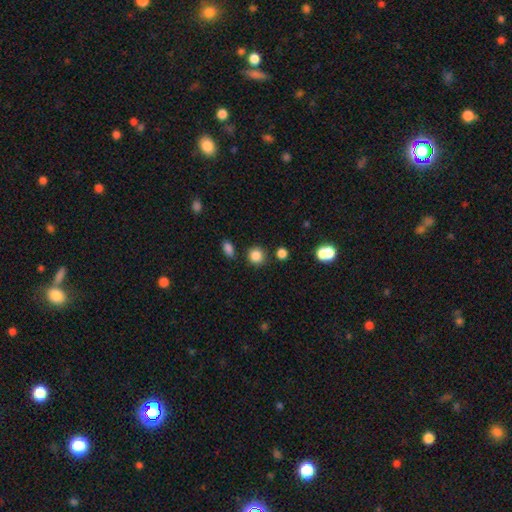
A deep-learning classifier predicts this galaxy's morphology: Q: Smooth or featured?
A: smooth (85%); runner-up: star or artifact (12%)
Q: How rounded?
A: round (90%); runner-up: in between (9%)
Q: Merging?
A: none (84%); runner-up: minor disturbance (8%)